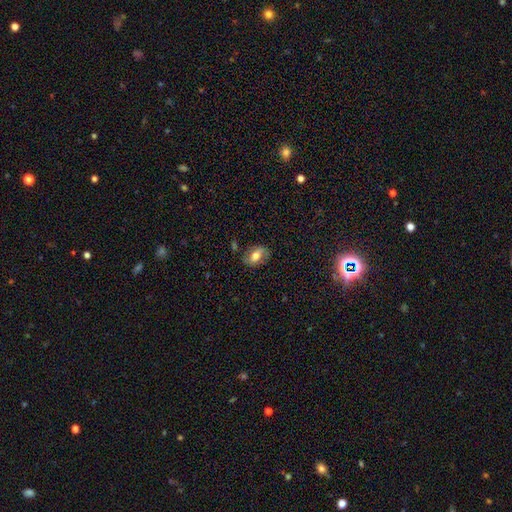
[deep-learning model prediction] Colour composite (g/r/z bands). It shows a smooth galaxy with no disk features (59%) that is in between round and cigar-shaped (84%). Merging: none (76%).